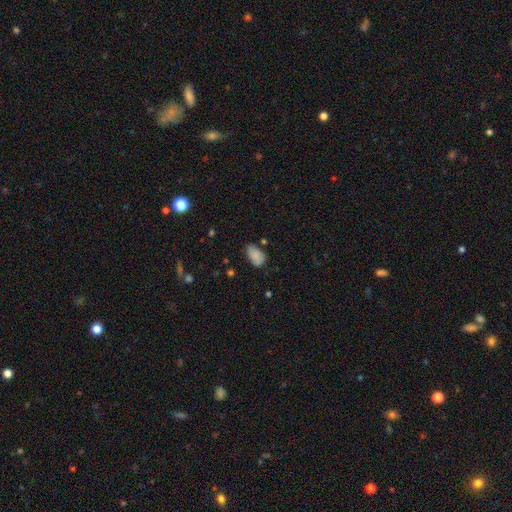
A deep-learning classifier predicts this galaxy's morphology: smooth-or-featured: smooth: 83% | star or artifact: 9% | featured or disk: 8%
  how-rounded: in between: 91% | round: 7% | cigar-shaped: 2%
  merging: none: 55% | minor disturbance: 33% | major disturbance: 8% | merger: 4%